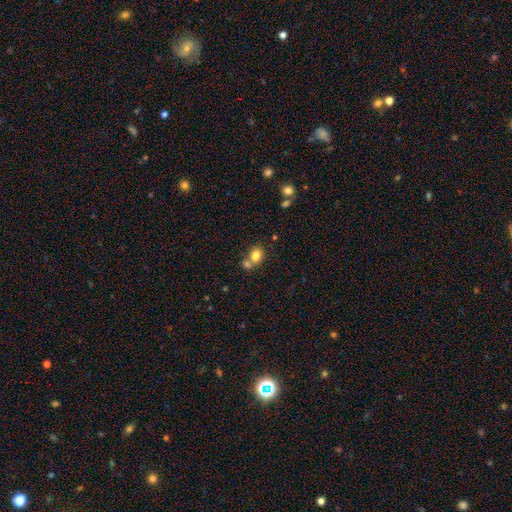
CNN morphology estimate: This is likely a smooth galaxy (80%). How rounded: possibly round (58%). Merging: possibly none (47%).